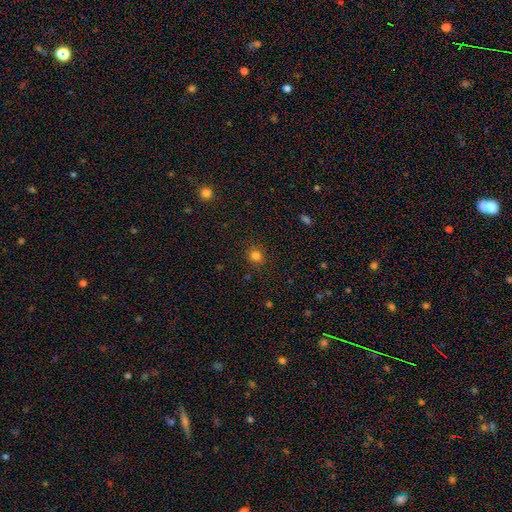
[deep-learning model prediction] A smooth galaxy with no disk features (80%) that is round (85%).

Vote fractions:
- Smooth or featured? smooth: 80% / star or artifact: 15% / featured or disk: 5%
- How rounded? round: 85% / in between: 14% / cigar-shaped: 1%
- Merging? none: 87% / minor disturbance: 9% / major disturbance: 3% / merger: 1%